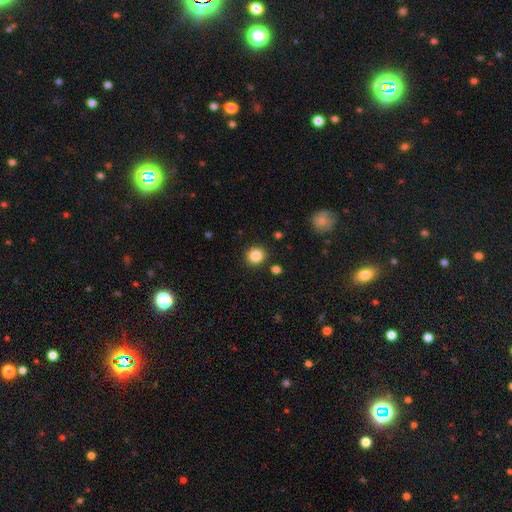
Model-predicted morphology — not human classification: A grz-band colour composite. It shows a smooth galaxy with no disk features (85%) that is round (82%). Merging: none (89%).